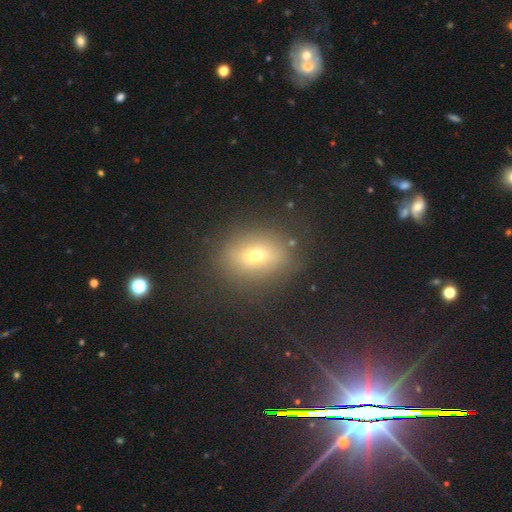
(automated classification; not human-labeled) Q: Smooth or featured?
A: smooth (61%); runner-up: featured or disk (21%)
Q: How rounded?
A: round (49%); runner-up: in between (48%)
Q: Merging?
A: none (80%); runner-up: minor disturbance (12%)